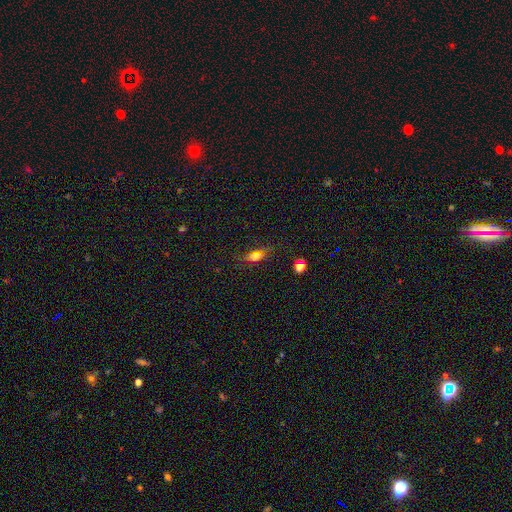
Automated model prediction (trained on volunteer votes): This appears to be a smooth galaxy with no disk features (58%) that is in between round and cigar-shaped (63%). Merging: none (78%).